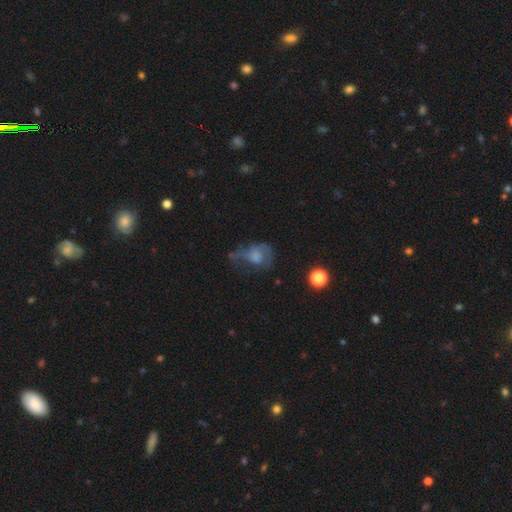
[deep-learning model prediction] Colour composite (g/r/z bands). It shows a smooth galaxy with no disk features (52%) that is in between round and cigar-shaped (59%). Merging: major disturbance (47%).